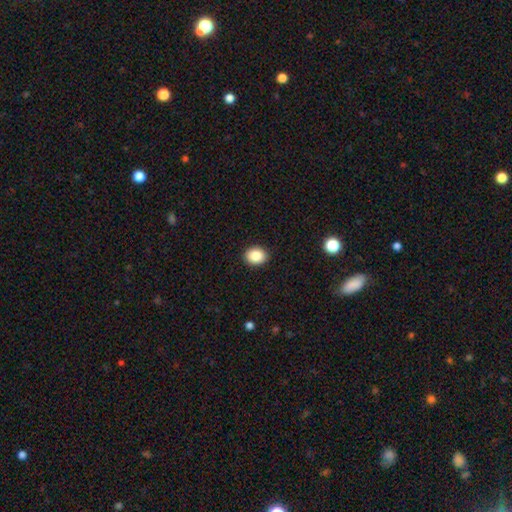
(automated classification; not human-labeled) Smooth or featured? smooth (87%)
How rounded? round (50%)
Merging? none (91%)